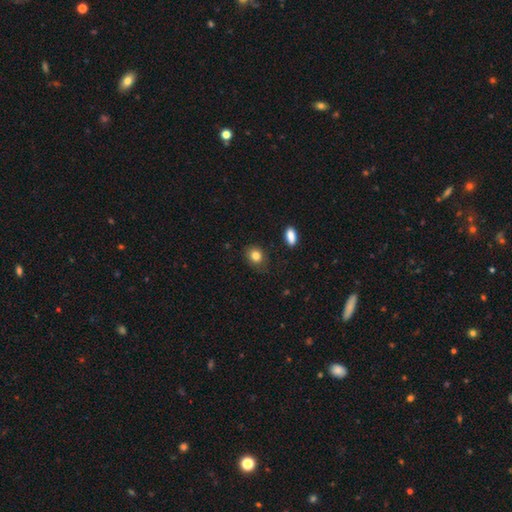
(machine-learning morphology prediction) Smooth or featured: smooth — 83% (star or artifact — 10%)
How rounded: round — 58% (in between — 40%)
Merging: none — 77% (minor disturbance — 18%)